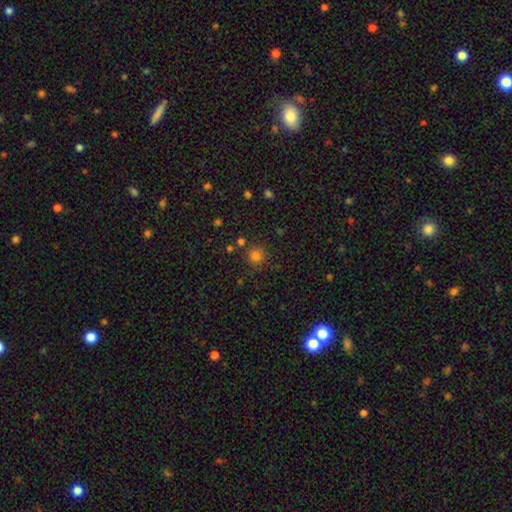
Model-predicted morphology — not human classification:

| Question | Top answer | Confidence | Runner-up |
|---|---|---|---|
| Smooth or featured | smooth | 79% | star or artifact (16%) |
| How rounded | round | 92% | in between (7%) |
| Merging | none | 80% | minor disturbance (10%) |